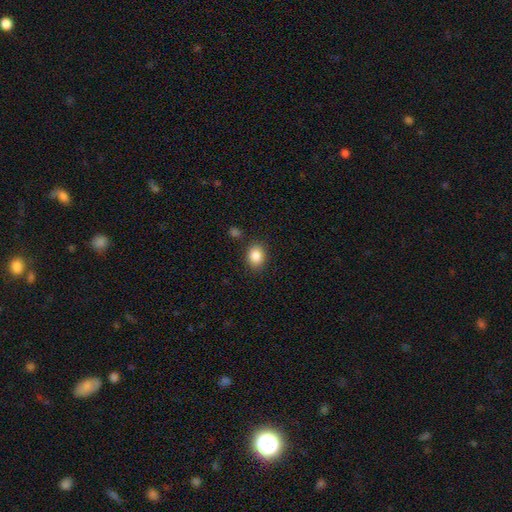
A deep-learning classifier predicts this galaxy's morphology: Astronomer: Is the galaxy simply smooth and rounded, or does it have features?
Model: smooth — 86%.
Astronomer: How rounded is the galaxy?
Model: in between — 54% (runner-up: round, 45%).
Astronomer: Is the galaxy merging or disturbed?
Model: none — 85%.